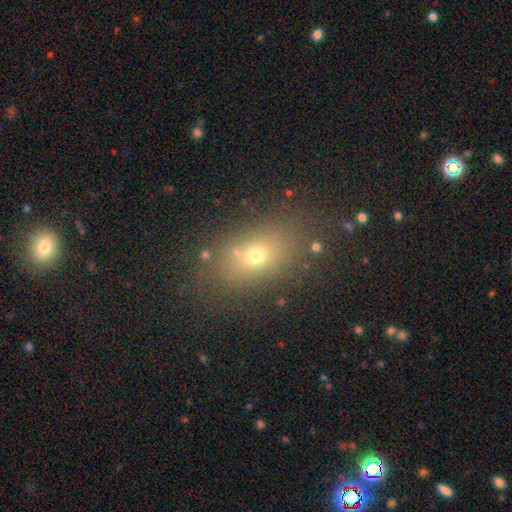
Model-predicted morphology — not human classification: Overall: smooth (62%). How rounded: in between (72%). Merging: none (79%).